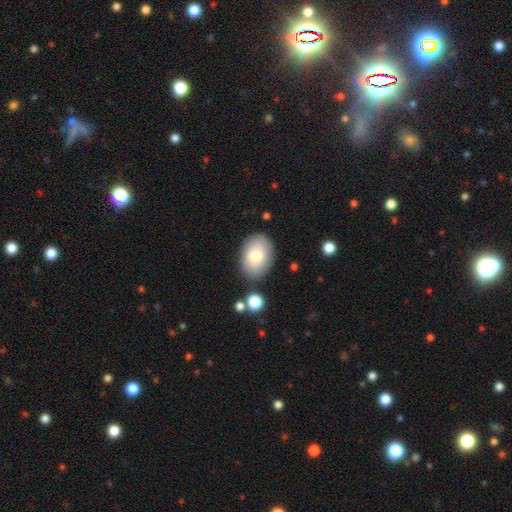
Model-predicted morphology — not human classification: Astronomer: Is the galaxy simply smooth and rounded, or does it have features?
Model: smooth — 74%.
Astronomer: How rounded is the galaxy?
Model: in between — 82%.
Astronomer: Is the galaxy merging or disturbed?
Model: none — 80%.